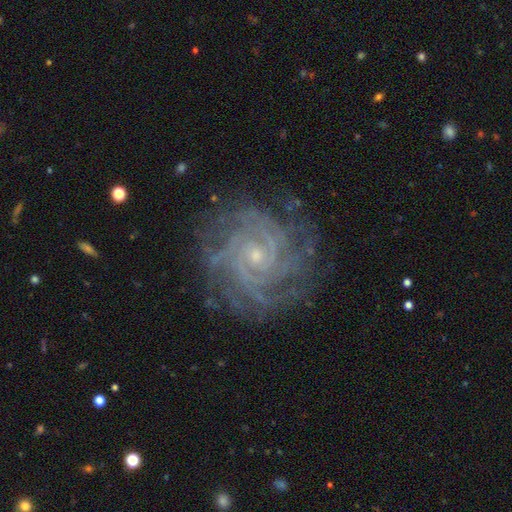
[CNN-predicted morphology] A featured or disk galaxy (89%) with no bar (69%), 4 (25%) tight (76%) spiral arms (98%) and a small central bulge (78%). Merging: none (80%).